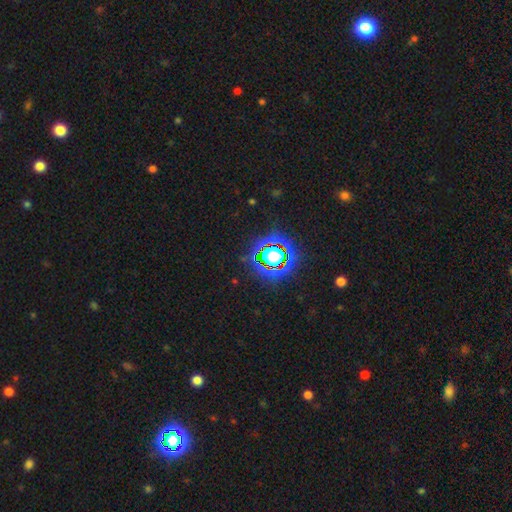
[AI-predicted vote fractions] Q: Smooth or featured?
A: star or artifact (84%); runner-up: smooth (9%)